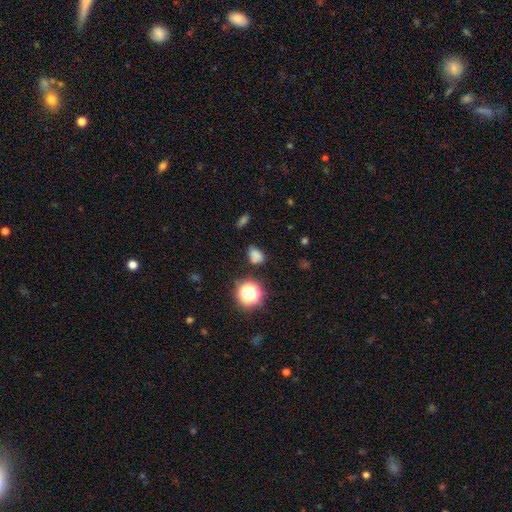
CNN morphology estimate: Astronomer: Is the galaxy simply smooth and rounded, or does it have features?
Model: smooth — 73%.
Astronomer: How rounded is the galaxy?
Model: in between — 69%.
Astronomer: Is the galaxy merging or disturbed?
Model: none — 71%.